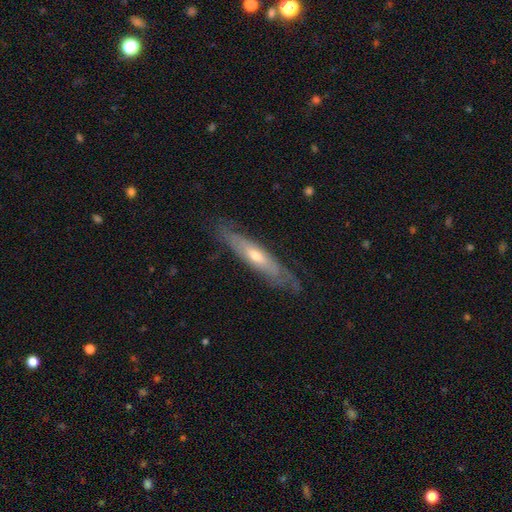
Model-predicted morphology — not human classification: type=featured or disk (65%); edge-on=yes (69%); merging=none (80%).